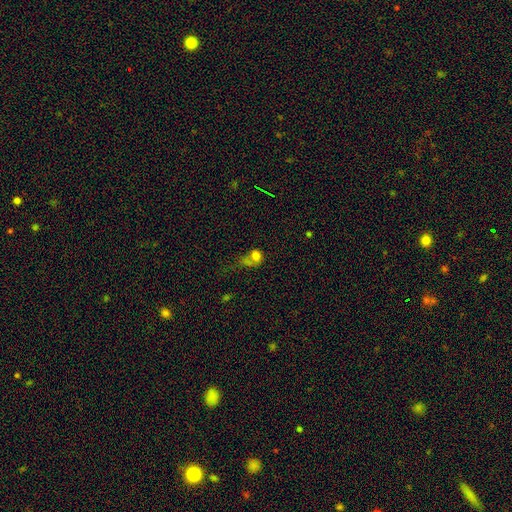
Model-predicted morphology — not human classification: Smooth or featured? Predicted: smooth (p=0.69). How rounded? Predicted: round (p=0.59). Merging? Predicted: merger (p=0.31).